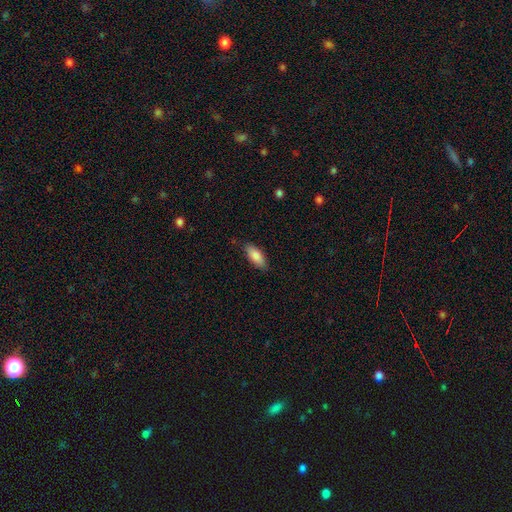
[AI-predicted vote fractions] Morphology: type=smooth (86%); roundness=in between (80%); merging=none (85%).